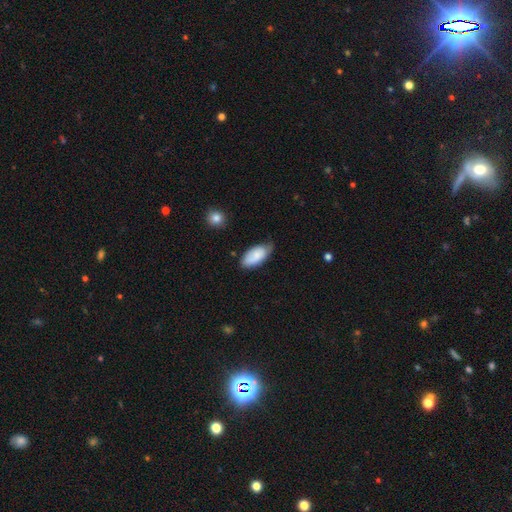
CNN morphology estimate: Q: Smooth or featured?
A: smooth (82%); runner-up: featured or disk (11%)
Q: How rounded?
A: in between (93%); runner-up: cigar-shaped (5%)
Q: Merging?
A: none (55%); runner-up: minor disturbance (36%)